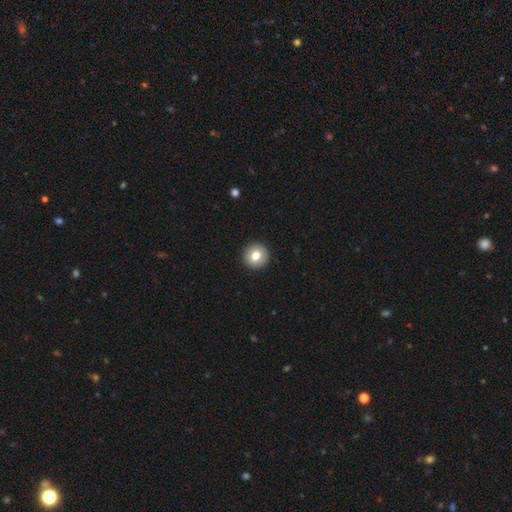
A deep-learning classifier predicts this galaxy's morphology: A smooth galaxy with no disk features (78%) that is round (95%).

Vote fractions:
- Smooth or featured? smooth: 78% / featured or disk: 13% / star or artifact: 8%
- How rounded? round: 95% / in between: 4% / cigar-shaped: 1%
- Merging? none: 93% / minor disturbance: 4% / major disturbance: 1% / merger: 1%